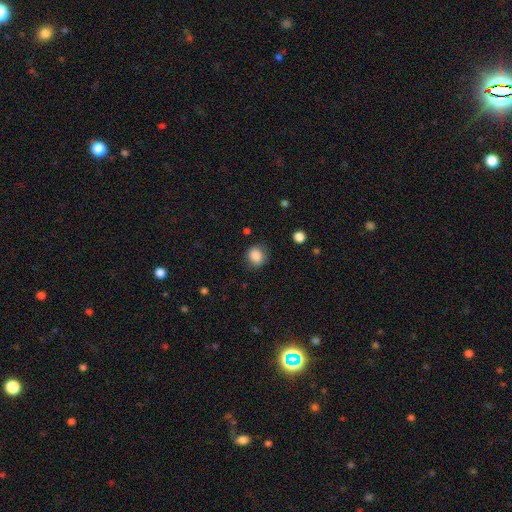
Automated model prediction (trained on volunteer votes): This appears to be a smooth galaxy with no disk features (86%) that is round (73%). Merging: none (78%).